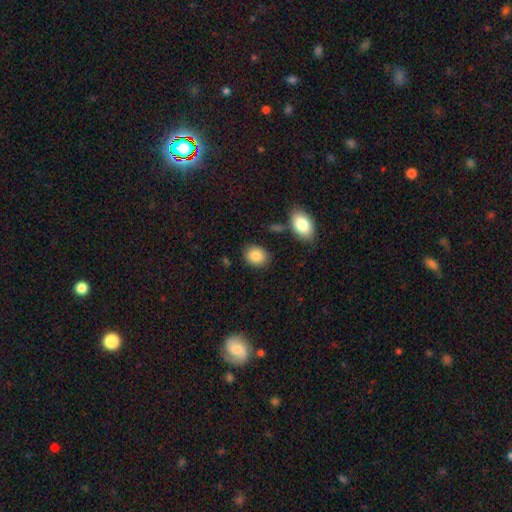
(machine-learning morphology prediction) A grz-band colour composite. It shows a smooth galaxy with no disk features (85%) that is in between round and cigar-shaped (54%). Merging: none (83%).